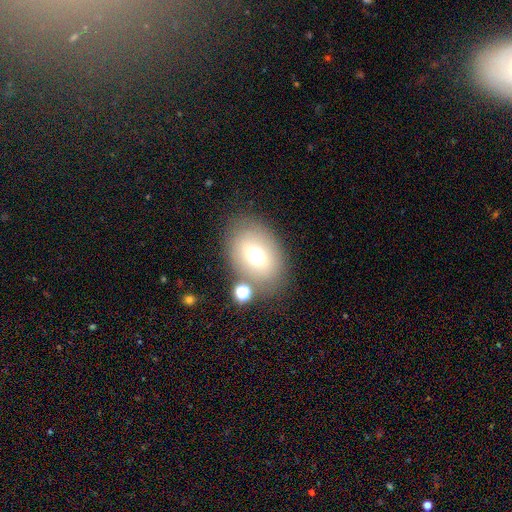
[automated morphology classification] smooth_or_featured: smooth (p=0.68) [alt: featured or disk p=0.21]
how_rounded: in between (p=0.77) [alt: round p=0.21]
merging: none (p=0.72) [alt: minor disturbance p=0.14]